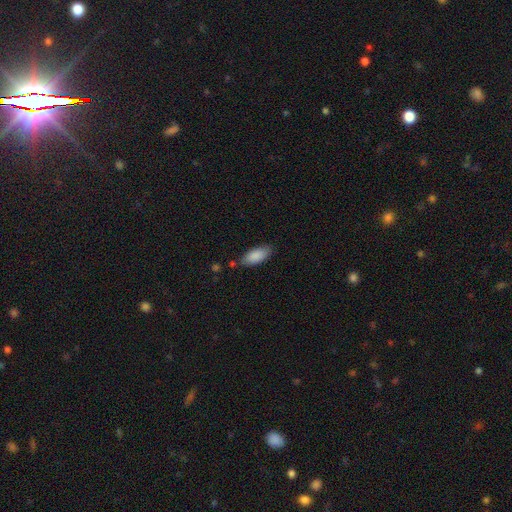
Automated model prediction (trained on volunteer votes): Smooth or featured? smooth (87%)
How rounded? in between (85%)
Merging? none (76%)